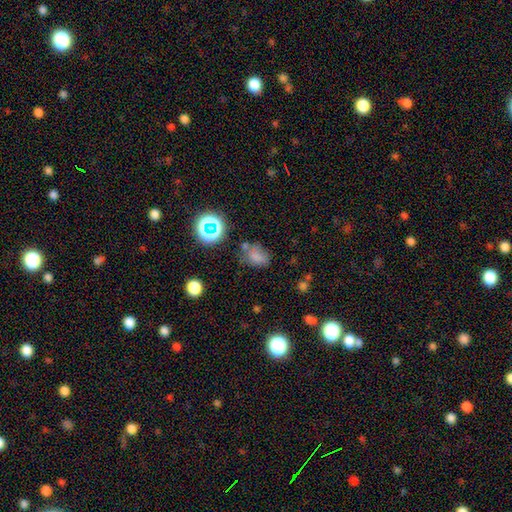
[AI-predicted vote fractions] The model was most divided on "how rounded": in between: 63%, round: 36%, cigar-shaped: 1%. More confident: smooth or featured — smooth (68%); merging — none (56%).